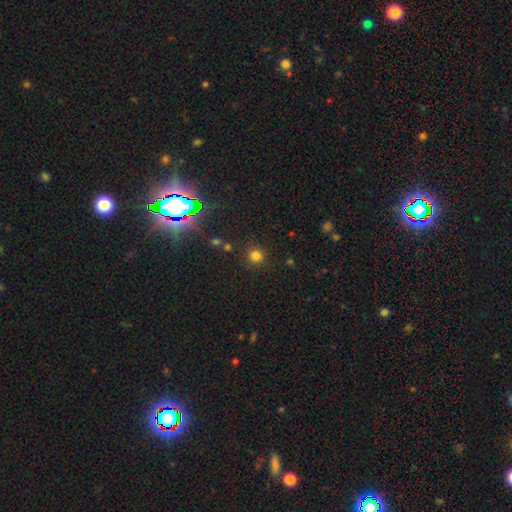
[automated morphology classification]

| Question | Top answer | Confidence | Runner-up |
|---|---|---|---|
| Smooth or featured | smooth | 77% | star or artifact (18%) |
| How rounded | round | 94% | in between (6%) |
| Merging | none | 88% | minor disturbance (6%) |